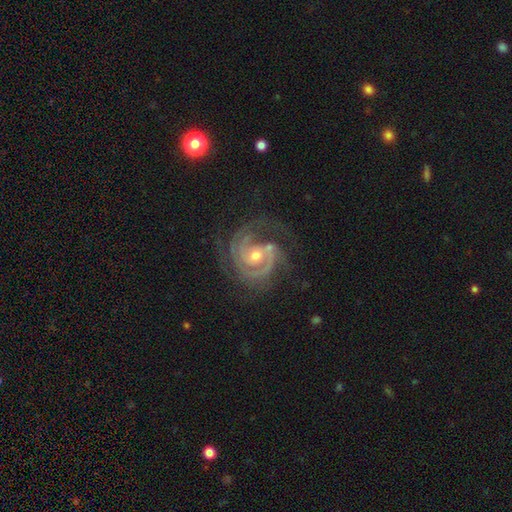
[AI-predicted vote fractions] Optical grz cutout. It shows a featured or disk galaxy (91%) with no bar (59%), 2 (51%) tight (64%) spiral arms (98%) and a moderate central bulge (52%). Merging: none (68%).